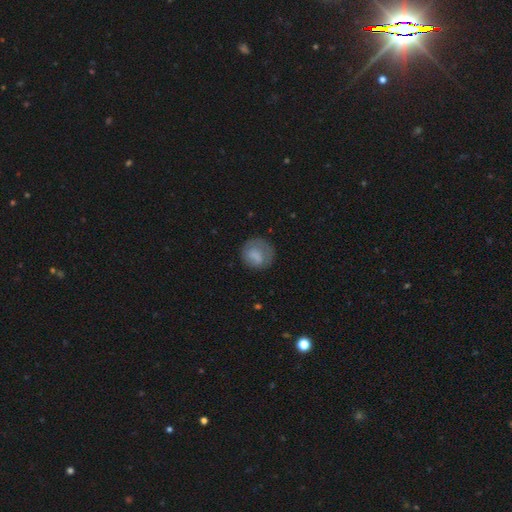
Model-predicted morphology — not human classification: smooth 72%, featured or disk 21%, star or artifact 8%. Down the decision tree: how rounded — round (81%); merging — none (62%).